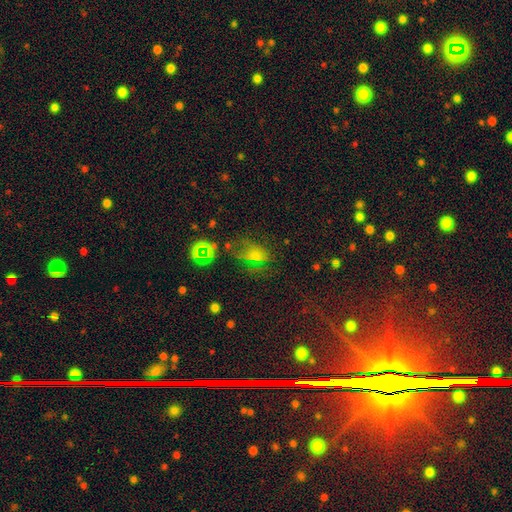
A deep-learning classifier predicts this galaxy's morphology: smooth-or-featured: star or artifact: 44% | smooth: 37% | featured or disk: 19%